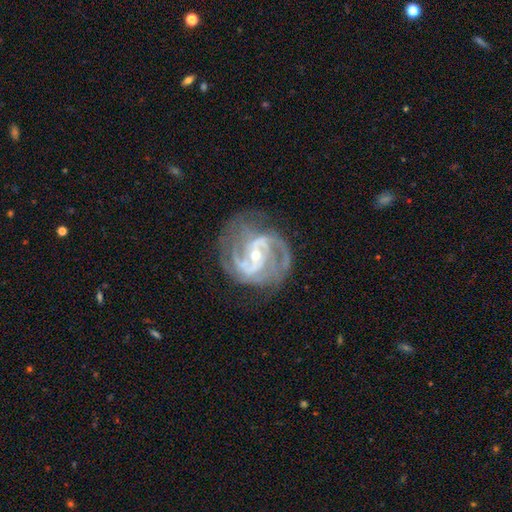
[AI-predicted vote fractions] smooth_or_featured: featured or disk (p=0.91) [alt: star or artifact p=0.06]
disk_edge_on: no (p=0.97) [alt: yes p=0.03]
bar: weak (p=0.40) [alt: strong p=0.35]
has_spiral_arms: yes (p=0.97) [alt: no p=0.03]
spiral_winding: medium (p=0.49) [alt: tight p=0.39]
spiral_arm_count: 2 (p=0.52) [alt: 3 p=0.20]
bulge_size: small (p=0.61) [alt: moderate p=0.36]
merging: none (p=0.67) [alt: minor disturbance p=0.19]